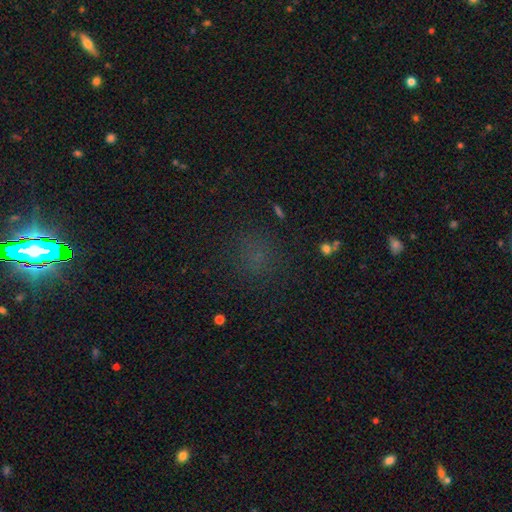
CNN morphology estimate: This appears to be a smooth galaxy with no disk features (54%) that is round (84%). Merging: none (80%).